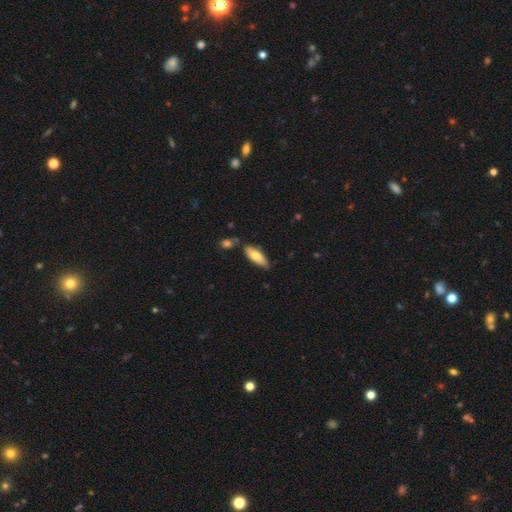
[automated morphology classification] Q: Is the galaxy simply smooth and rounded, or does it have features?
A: smooth — 75%.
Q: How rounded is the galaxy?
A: in between — 61%.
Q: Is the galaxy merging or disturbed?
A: none — 74%.